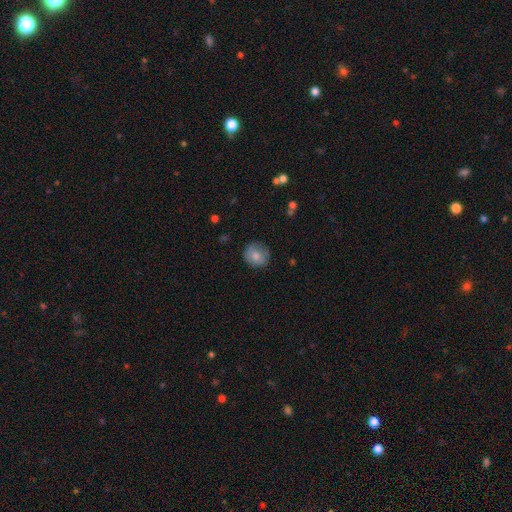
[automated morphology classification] smooth_or_featured: smooth (p=0.78) [alt: featured or disk p=0.14]
how_rounded: round (p=0.86) [alt: in between p=0.13]
merging: none (p=0.81) [alt: minor disturbance p=0.15]